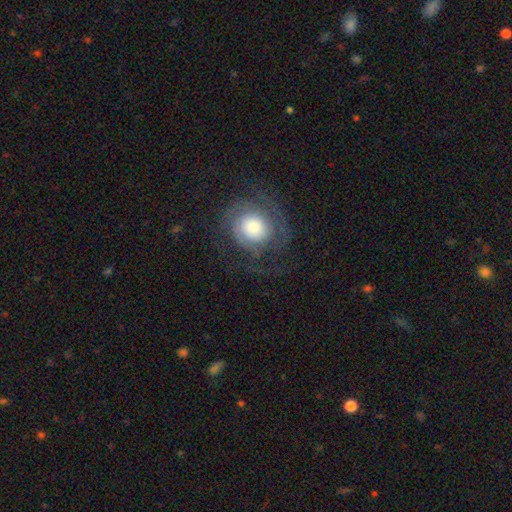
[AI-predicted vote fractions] The model was most divided on "bulge size": large: 49%, moderate: 30%, dominant: 12%, small: 6%, none: 3%. More confident: edge-on disk — no (97%); spiral arms — yes (83%); bar — no (78%); merging — none (73%); smooth or featured — featured or disk (59%).